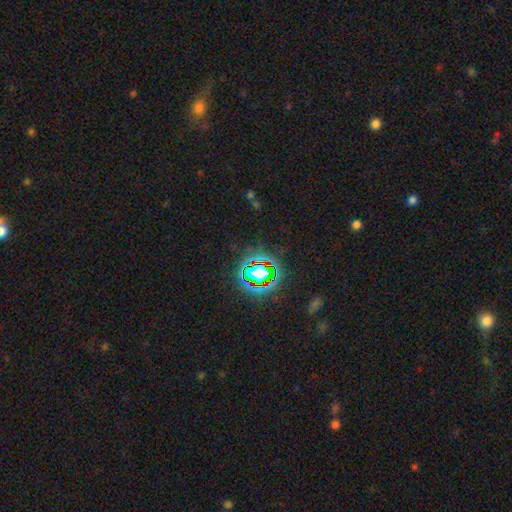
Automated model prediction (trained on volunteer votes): The model was most divided on "smooth or featured": star or artifact: 76%, smooth: 15%, featured or disk: 9%.